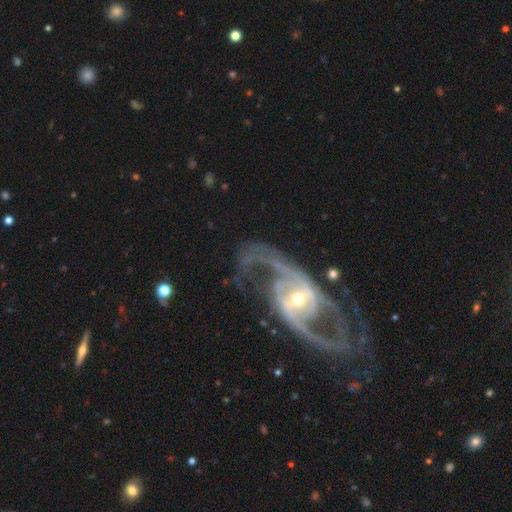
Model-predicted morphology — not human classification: A featured or disk galaxy (91%) with a weak bar (35%), 2 (91%) medium (45%) spiral arms (97%) and a small central bulge (57%).

Vote fractions:
- Smooth or featured? featured or disk: 91% / star or artifact: 5% / smooth: 3%
- Edge-on disk? no: 96% / yes: 4%
- Bar? weak: 35% / strong: 34% / no: 31%
- Spiral arms? yes: 97% / no: 3%
- Spiral winding? medium: 45% / loose: 42% / tight: 13%
- Spiral arm count? 2: 91% / can't tell: 3% / 3: 2% / 1: 2% / 4: 1% / more than 4: 1%
- Bulge size? small: 57% / moderate: 39% / large: 3% / dominant: 1% / none: 1%
- Merging? none: 71% / minor disturbance: 13% / major disturbance: 13% / merger: 3%